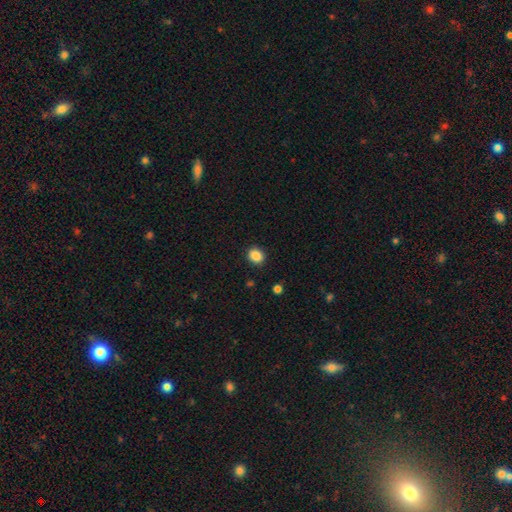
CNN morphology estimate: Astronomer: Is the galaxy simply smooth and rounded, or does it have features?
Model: smooth — 87%.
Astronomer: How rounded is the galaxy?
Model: round — 68%.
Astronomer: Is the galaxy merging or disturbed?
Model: none — 89%.